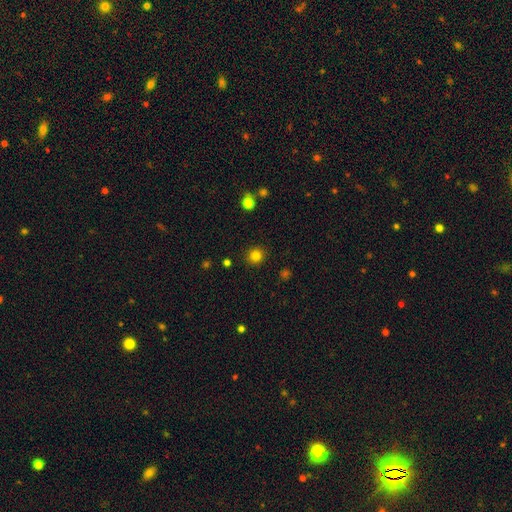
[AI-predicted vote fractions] This is clearly a smooth galaxy (82%). How rounded: clearly round (92%). Merging: clearly none (91%).